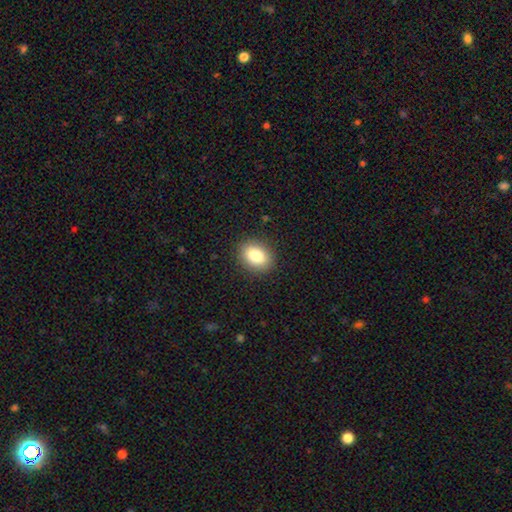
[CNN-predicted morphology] Overall: smooth (84%). How rounded: in between (69%; round 30%). Merging: none (88%).